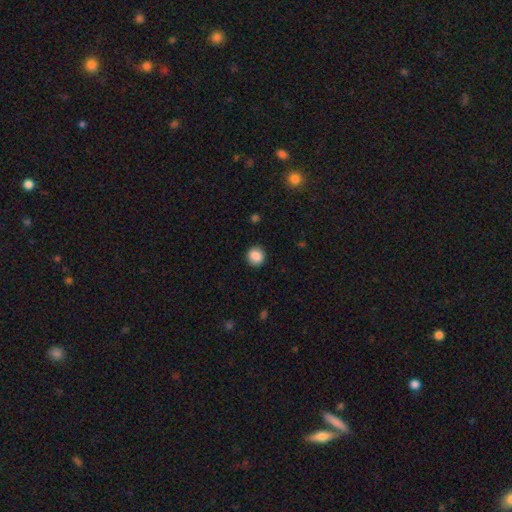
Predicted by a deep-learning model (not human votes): smooth 87%, star or artifact 9%, featured or disk 4%. Down the decision tree: how rounded — round (87%); merging — none (90%).